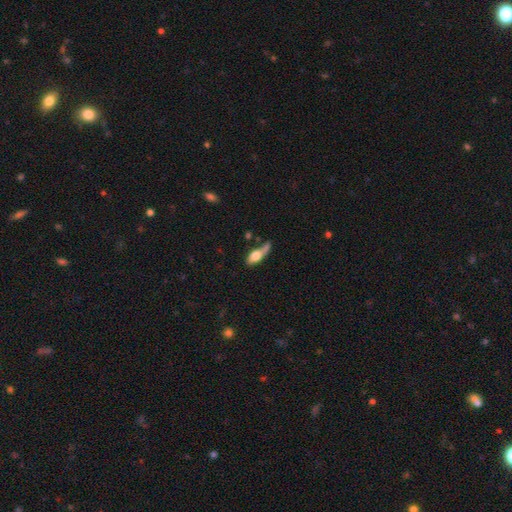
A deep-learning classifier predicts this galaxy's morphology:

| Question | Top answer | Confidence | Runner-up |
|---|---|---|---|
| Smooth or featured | smooth | 66% | featured or disk (27%) |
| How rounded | in between | 67% | cigar-shaped (28%) |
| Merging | none | 38% | minor disturbance (29%) |